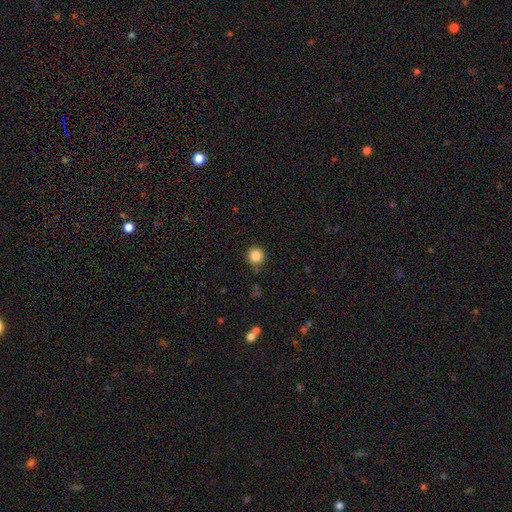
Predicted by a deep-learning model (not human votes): This appears to be a smooth galaxy with no disk features (86%) that is round (95%). Merging: none (85%).